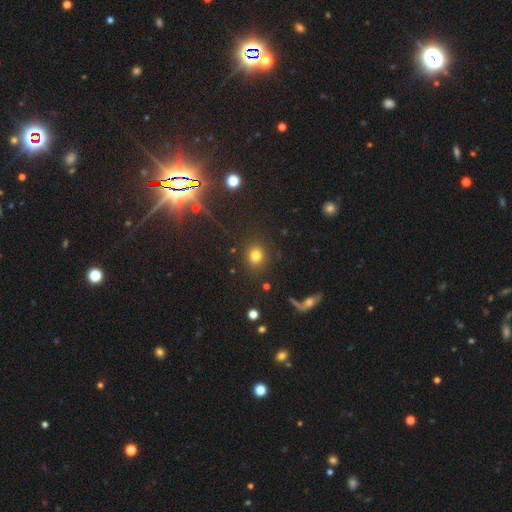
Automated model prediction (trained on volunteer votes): Overall: smooth (77%). How rounded: round (84%). Merging: none (87%).